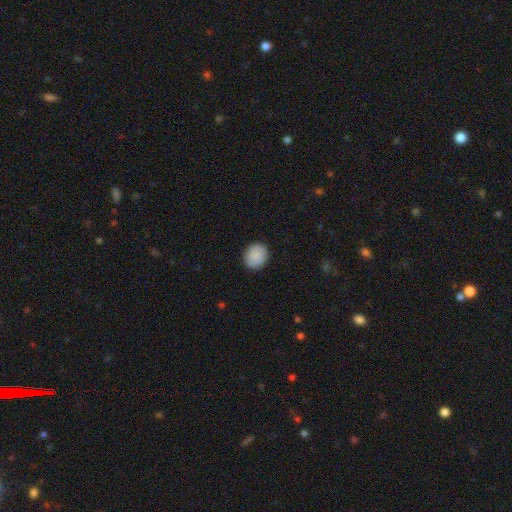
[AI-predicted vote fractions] Smooth or featured? Predicted: smooth (p=0.87). How rounded? Predicted: round (p=0.70). Merging? Predicted: none (p=0.87).